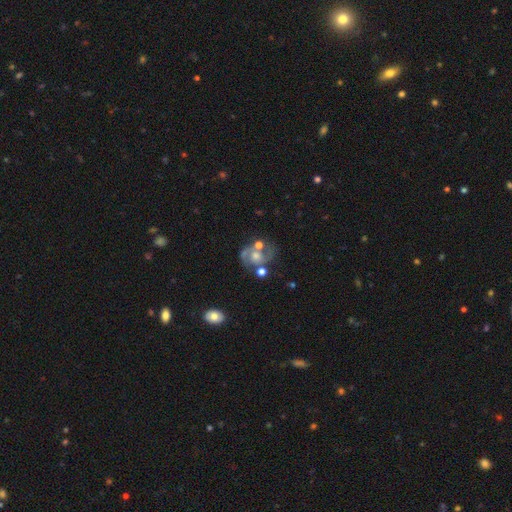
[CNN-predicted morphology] Q: Smooth or featured?
A: featured or disk (71%); runner-up: smooth (20%)
Q: Edge-on disk?
A: no (97%); runner-up: yes (3%)
Q: Bar?
A: no (70%); runner-up: weak (24%)
Q: Spiral arms?
A: yes (76%); runner-up: no (24%)
Q: Spiral winding?
A: medium (52%); runner-up: tight (25%)
Q: Spiral arm count?
A: 2 (82%); runner-up: can't tell (9%)
Q: Bulge size?
A: moderate (53%); runner-up: small (23%)
Q: Merging?
A: none (54%); runner-up: minor disturbance (18%)